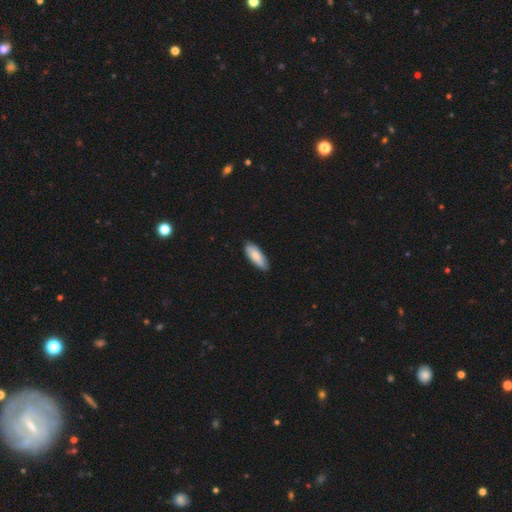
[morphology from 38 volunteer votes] Smooth or featured? smooth (87%)
How rounded? in between (67%)
Merging? none (89%)